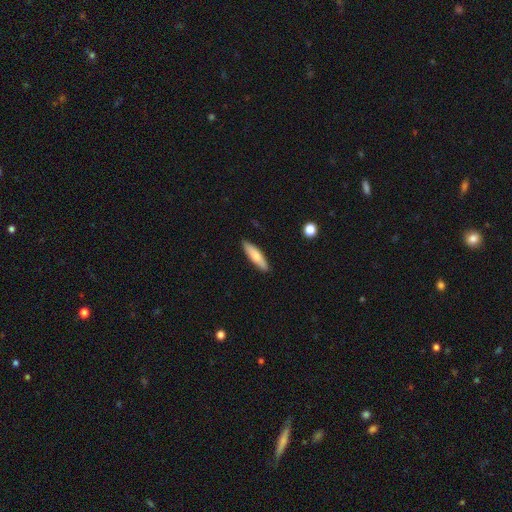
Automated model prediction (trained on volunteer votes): Smooth or featured?
  - smooth: 72% *
  - featured or disk: 22%
  - star or artifact: 6%
How rounded?
  - cigar-shaped: 72% *
  - in between: 27%
  - round: 2%
Merging?
  - none: 89% *
  - minor disturbance: 8%
  - major disturbance: 2%
  - merger: 1%